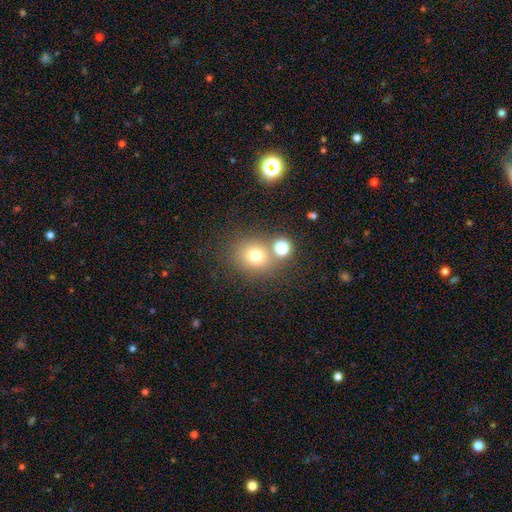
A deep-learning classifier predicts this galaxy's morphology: A smooth galaxy with no disk features (72%) that is round (80%).

Vote fractions:
- Smooth or featured? smooth: 72% / star or artifact: 18% / featured or disk: 10%
- How rounded? round: 80% / in between: 19% / cigar-shaped: 1%
- Merging? none: 68% / merger: 18% / minor disturbance: 10% / major disturbance: 5%